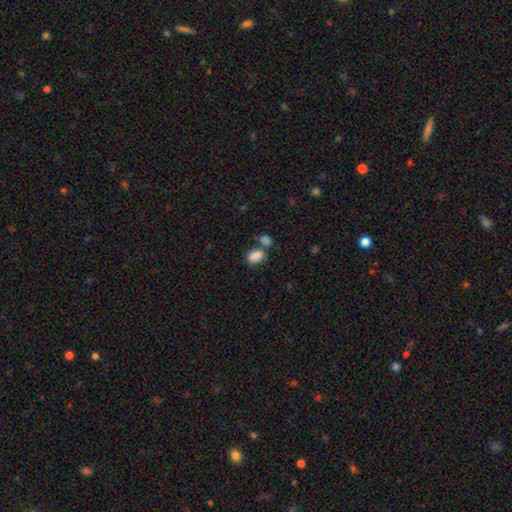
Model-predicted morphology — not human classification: type=smooth (86%); roundness=in between (82%); merging=none (47%).